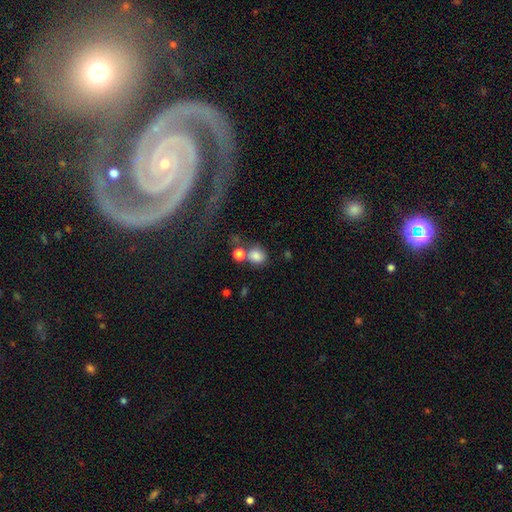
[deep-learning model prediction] Smooth or featured?
  - smooth: 82% *
  - star or artifact: 11%
  - featured or disk: 8%
How rounded?
  - round: 65% *
  - in between: 33%
  - cigar-shaped: 1%
Merging?
  - none: 52% *
  - merger: 29%
  - minor disturbance: 13%
  - major disturbance: 7%